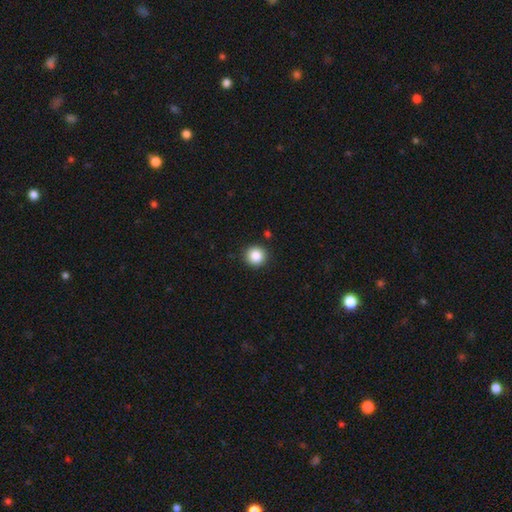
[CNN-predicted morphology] smooth 87%, star or artifact 10%, featured or disk 4%. Down the decision tree: how rounded — round (95%); merging — none (91%).